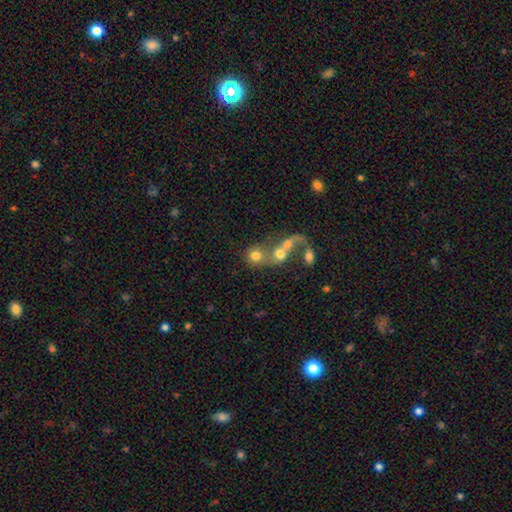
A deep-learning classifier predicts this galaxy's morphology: smooth 66%, featured or disk 22%, star or artifact 12%. Down the decision tree: how rounded — round (77%); merging — merger (65%).